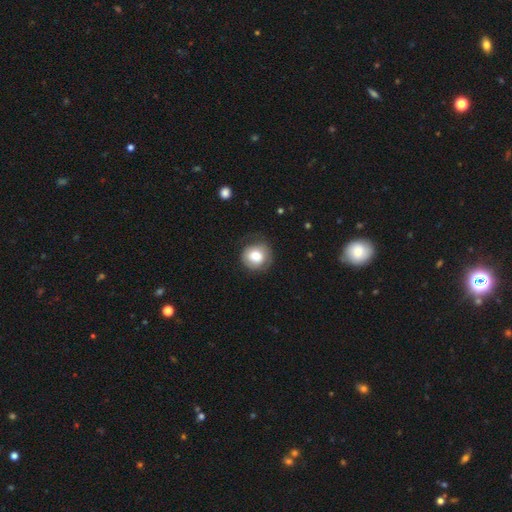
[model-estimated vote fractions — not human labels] This is likely a smooth galaxy (71%). How rounded: clearly round (88%). Merging: likely none (68%).